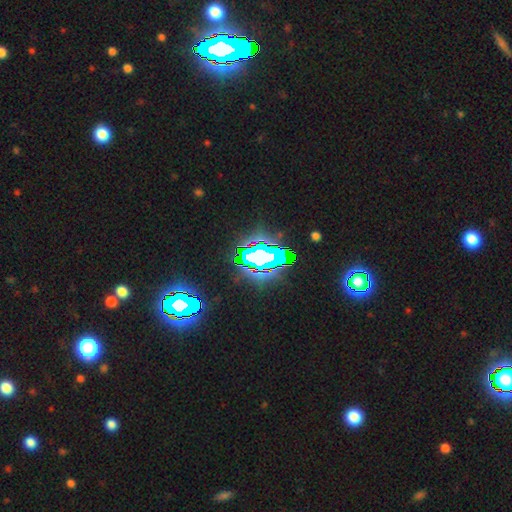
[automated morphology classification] Smooth or featured? star or artifact (67%)